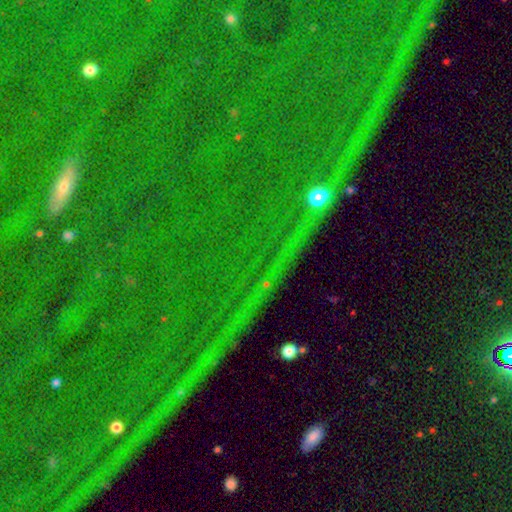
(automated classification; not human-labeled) This is clearly a star or artifact rather than a galaxy (82%).